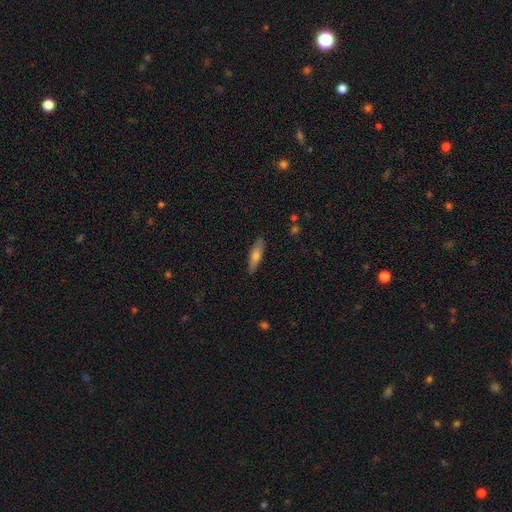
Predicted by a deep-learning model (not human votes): Smooth or featured? Predicted: smooth (p=0.66). How rounded? Predicted: cigar-shaped (p=0.65). Merging? Predicted: none (p=0.88).